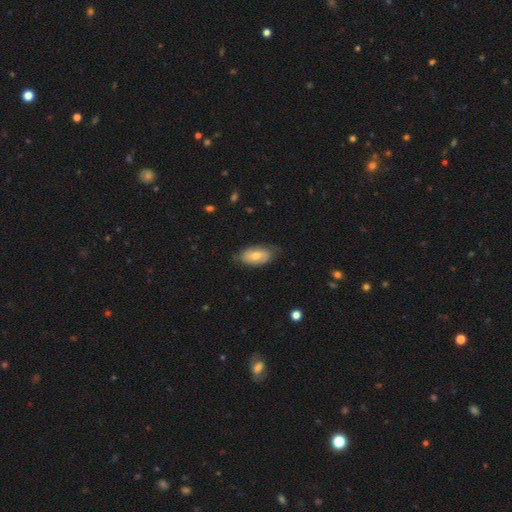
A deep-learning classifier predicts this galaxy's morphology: Smooth or featured? smooth (52%)
How rounded? in between (92%)
Merging? none (68%)